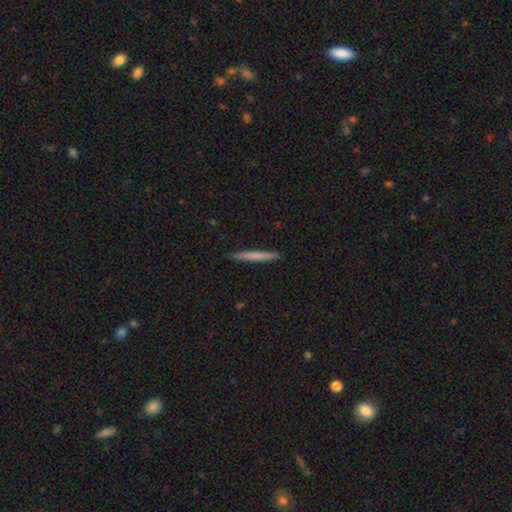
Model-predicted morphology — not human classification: Smooth or featured?
  - smooth: 69% *
  - featured or disk: 25%
  - star or artifact: 5%
How rounded?
  - cigar-shaped: 97% *
  - in between: 2%
  - round: 1%
Merging?
  - none: 93% *
  - minor disturbance: 5%
  - major disturbance: 1%
  - merger: 1%